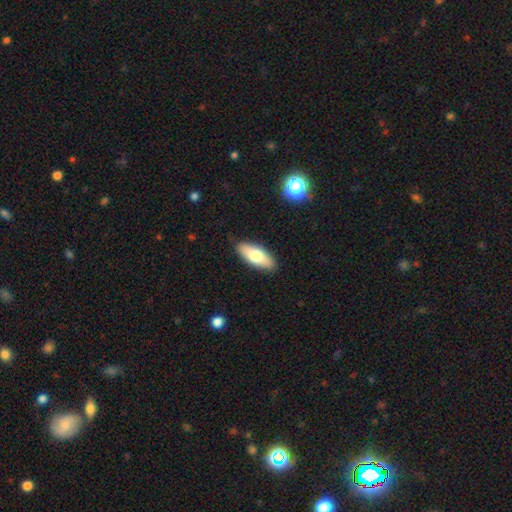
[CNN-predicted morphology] Smooth or featured?
  - smooth: 73% *
  - featured or disk: 21%
  - star or artifact: 6%
How rounded?
  - in between: 79% *
  - cigar-shaped: 19%
  - round: 2%
Merging?
  - none: 87% *
  - minor disturbance: 10%
  - major disturbance: 2%
  - merger: 1%